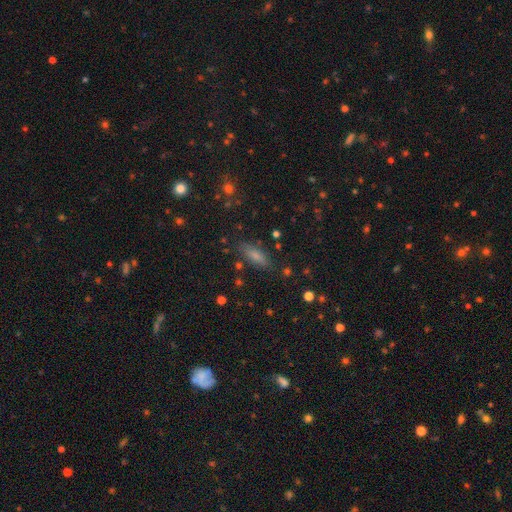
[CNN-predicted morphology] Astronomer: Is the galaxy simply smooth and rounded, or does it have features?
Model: smooth — 68%.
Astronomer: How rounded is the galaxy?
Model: in between — 59% (runner-up: cigar-shaped, 37%).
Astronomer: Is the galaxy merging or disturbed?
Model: none — 84%.